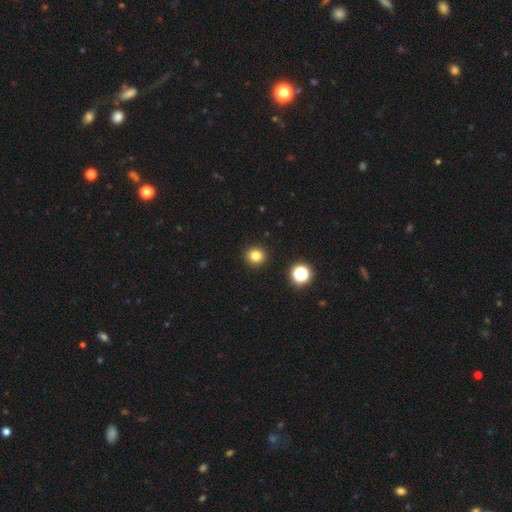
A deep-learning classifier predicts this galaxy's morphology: Smooth or featured? Predicted: smooth (p=0.81). How rounded? Predicted: round (p=0.90). Merging? Predicted: none (p=0.92).